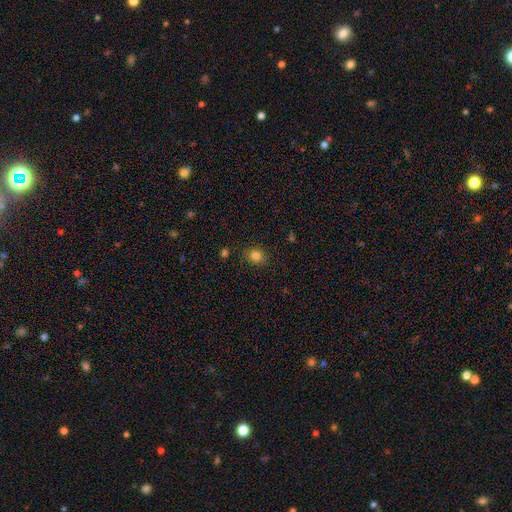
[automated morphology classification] This is clearly a smooth galaxy (82%). How rounded: likely round (71%). Merging: clearly none (86%).